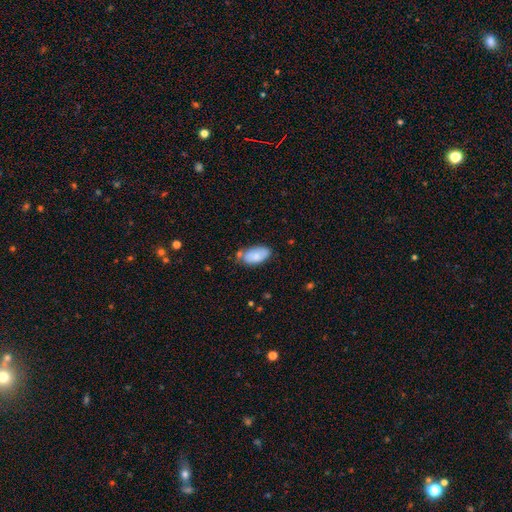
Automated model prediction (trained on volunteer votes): Q: Smooth or featured?
A: smooth (82%); runner-up: featured or disk (11%)
Q: How rounded?
A: in between (95%); runner-up: cigar-shaped (3%)
Q: Merging?
A: none (62%); runner-up: minor disturbance (24%)